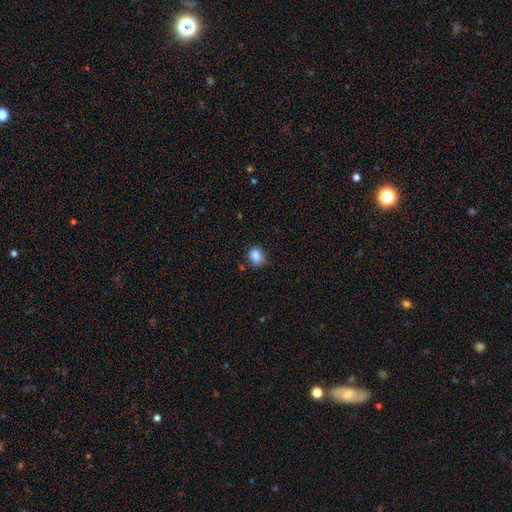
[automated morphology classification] Smooth or featured? Predicted: smooth (p=0.86). How rounded? Predicted: in between (p=0.51). Merging? Predicted: none (p=0.70).